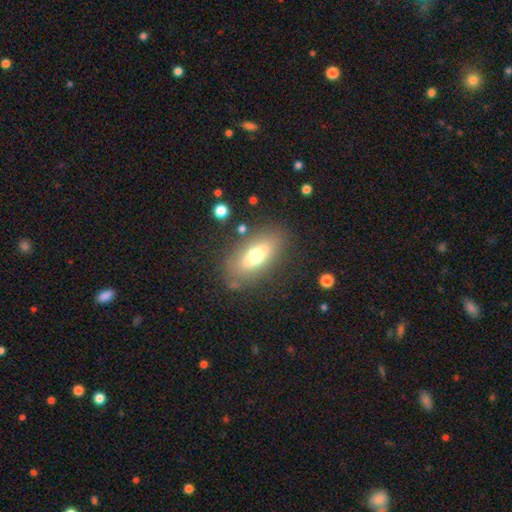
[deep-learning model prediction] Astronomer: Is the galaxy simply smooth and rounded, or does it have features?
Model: smooth — 65%.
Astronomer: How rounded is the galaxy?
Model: in between — 81%.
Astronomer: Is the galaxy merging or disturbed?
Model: none — 79%.